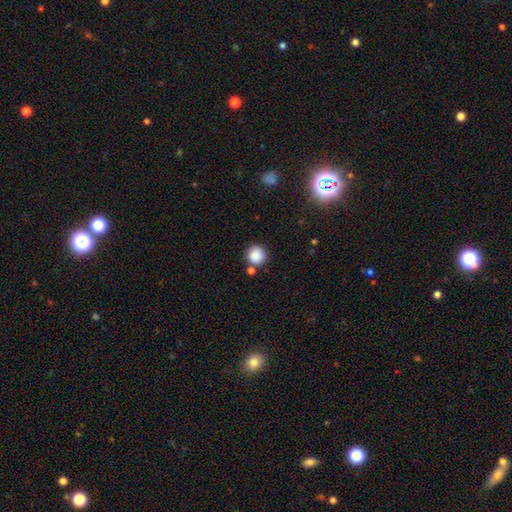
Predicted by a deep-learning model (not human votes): Morphology: type=smooth (87%); roundness=round (94%); merging=none (79%).